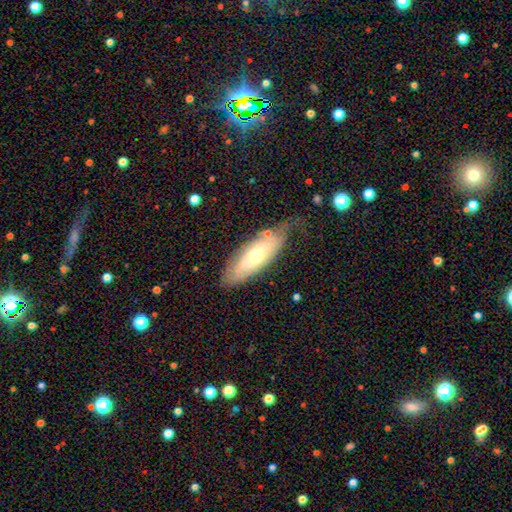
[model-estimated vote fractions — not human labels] A featured or disk galaxy (49%). Merging: none (58%).